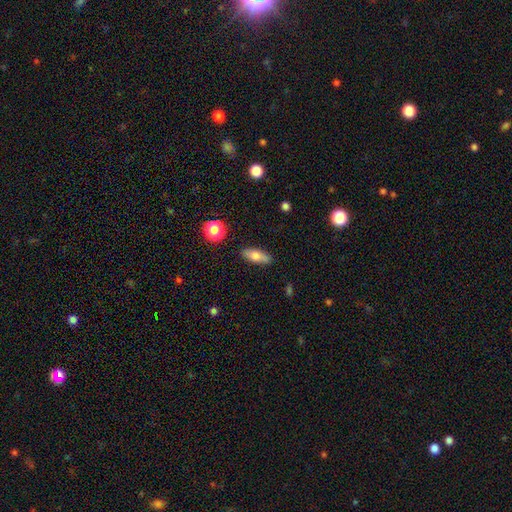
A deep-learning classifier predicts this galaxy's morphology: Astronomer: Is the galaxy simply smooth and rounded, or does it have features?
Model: smooth — 71%.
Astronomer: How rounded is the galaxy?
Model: in between — 67%.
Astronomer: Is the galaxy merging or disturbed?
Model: none — 84%.